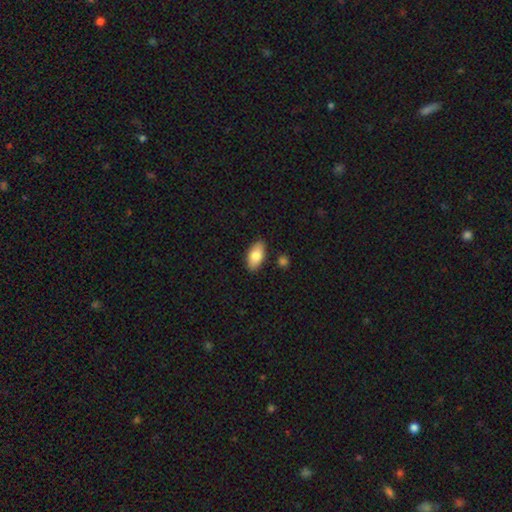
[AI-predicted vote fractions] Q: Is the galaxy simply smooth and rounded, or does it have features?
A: smooth — 80%.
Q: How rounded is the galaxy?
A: in between — 91%.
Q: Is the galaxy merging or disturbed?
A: none — 86%.